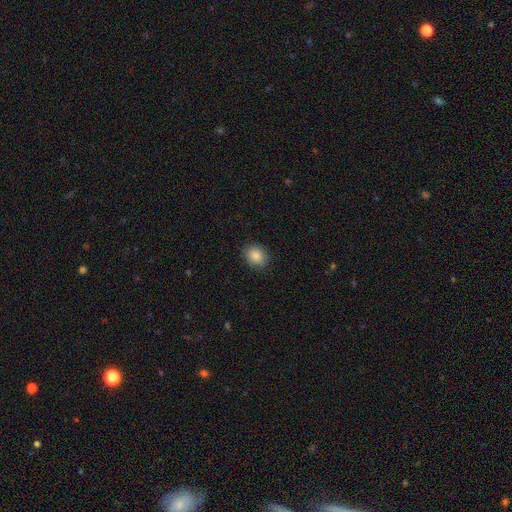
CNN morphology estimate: type=smooth (87%); roundness=round (50%); merging=none (87%).